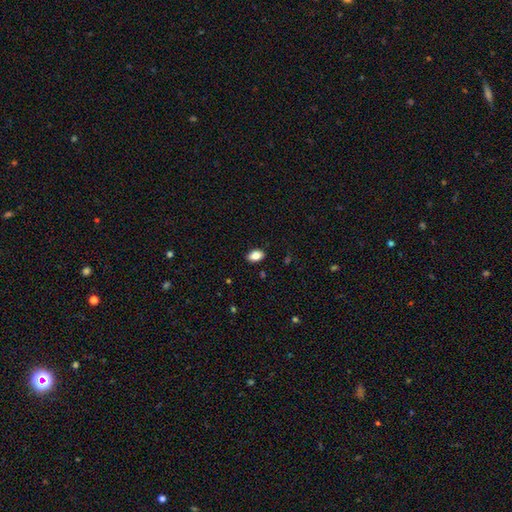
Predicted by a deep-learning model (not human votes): Morphology: type=smooth (84%); roundness=in between (89%); merging=none (88%).